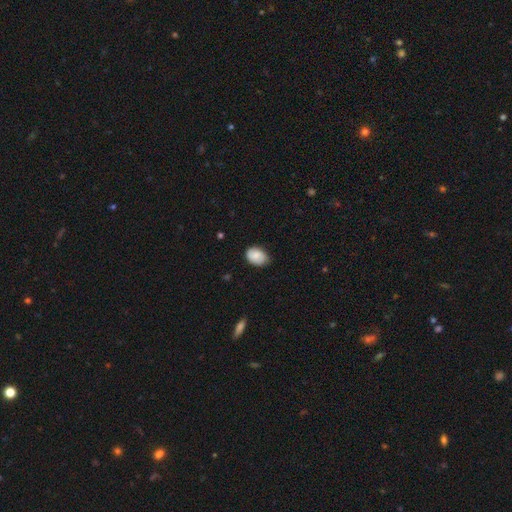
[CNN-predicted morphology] Smooth or featured?
  - smooth: 85% *
  - featured or disk: 9%
  - star or artifact: 7%
How rounded?
  - in between: 82% *
  - round: 17%
  - cigar-shaped: 1%
Merging?
  - none: 69% *
  - minor disturbance: 27%
  - major disturbance: 4%
  - merger: 1%